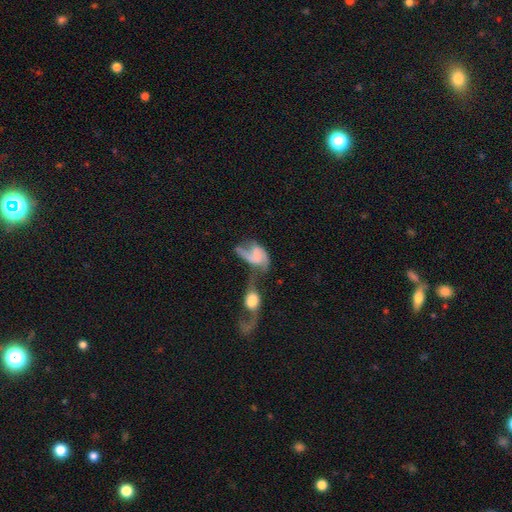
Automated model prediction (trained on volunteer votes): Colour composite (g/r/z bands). It shows a featured or disk galaxy (71%) with no bar (56%), 2 (77%) loose (59%) spiral arms (88%) and no central bulge (51%). Merging: merger (54%).